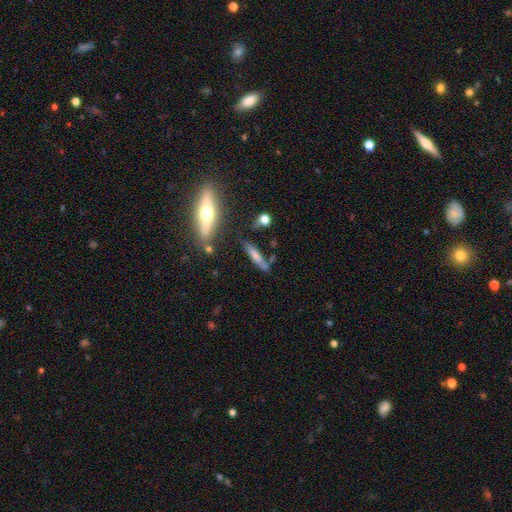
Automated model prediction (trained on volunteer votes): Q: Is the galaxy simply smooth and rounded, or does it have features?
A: smooth — 59%.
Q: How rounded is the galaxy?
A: cigar-shaped — 82%.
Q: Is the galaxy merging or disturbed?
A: none — 67%.